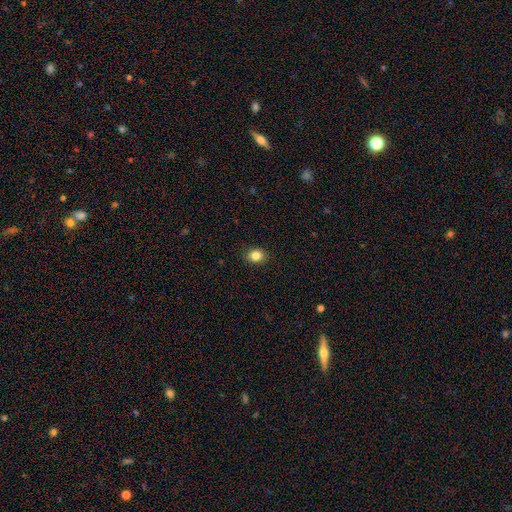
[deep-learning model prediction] A smooth galaxy with no disk features (84%) that is round (50%). Merging: none (89%).